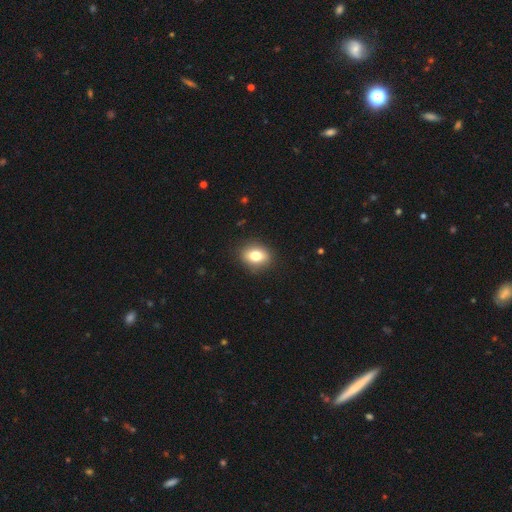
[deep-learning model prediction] Smooth or featured: smooth — 78% (featured or disk — 12%)
How rounded: in between — 62% (round — 36%)
Merging: none — 88% (minor disturbance — 8%)